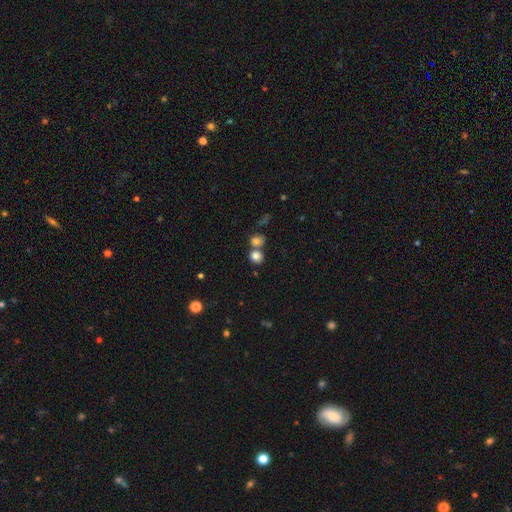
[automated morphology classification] The model was most divided on "merging": none: 52%, merger: 36%, minor disturbance: 8%, major disturbance: 4%. More confident: smooth or featured — smooth (81%); how rounded — round (79%).